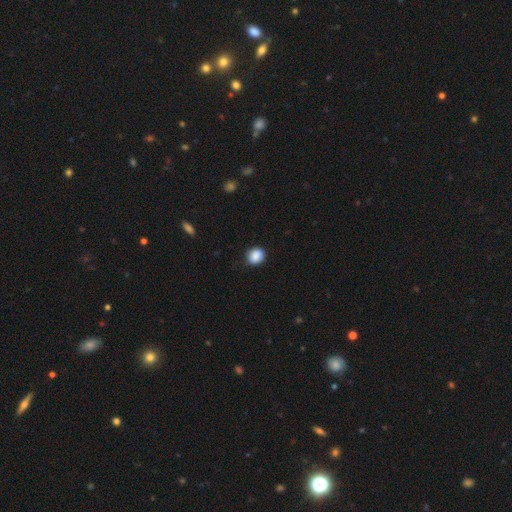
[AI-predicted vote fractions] Smooth or featured? smooth (87%)
How rounded? round (65%)
Merging? none (82%)